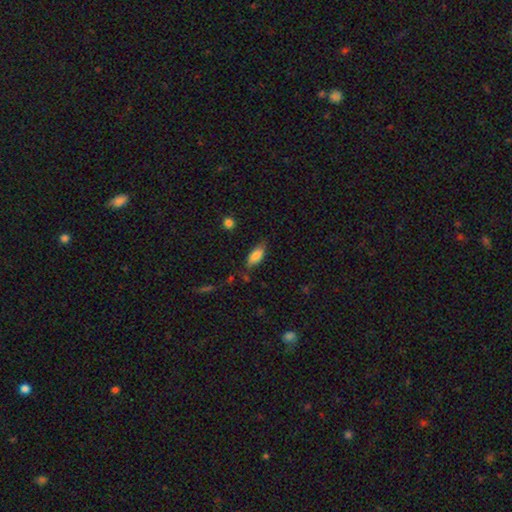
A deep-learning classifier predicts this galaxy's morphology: type=smooth (82%); roundness=in between (83%); merging=none (64%).